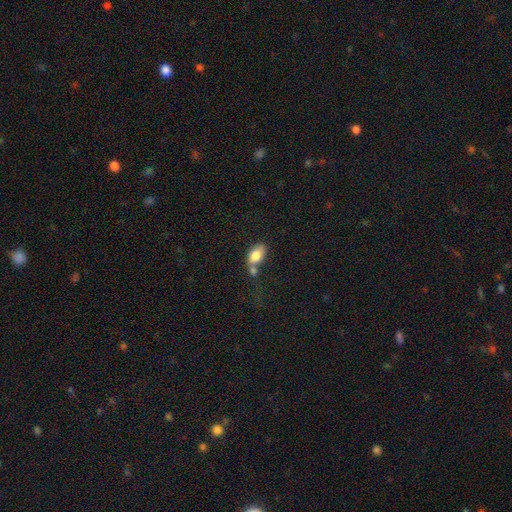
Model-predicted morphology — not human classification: Smooth or featured: smooth — 79% (featured or disk — 14%)
How rounded: in between — 89% (round — 9%)
Merging: merger — 39% (none — 37%)